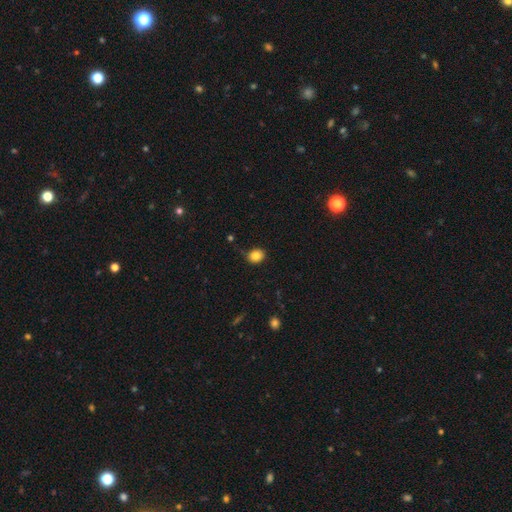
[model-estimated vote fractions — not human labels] smooth_or_featured: smooth (p=0.85) [alt: star or artifact p=0.10]
how_rounded: round (p=0.62) [alt: in between p=0.37]
merging: none (p=0.81) [alt: minor disturbance p=0.15]